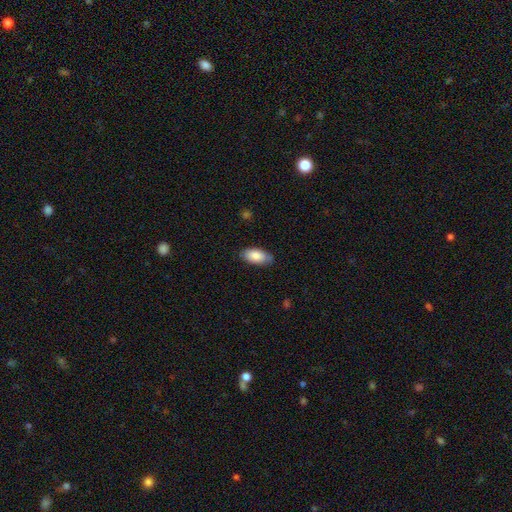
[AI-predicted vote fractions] smooth_or_featured: smooth (p=0.85) [alt: featured or disk p=0.09]
how_rounded: in between (p=0.92) [alt: cigar-shaped p=0.06]
merging: none (p=0.81) [alt: minor disturbance p=0.16]